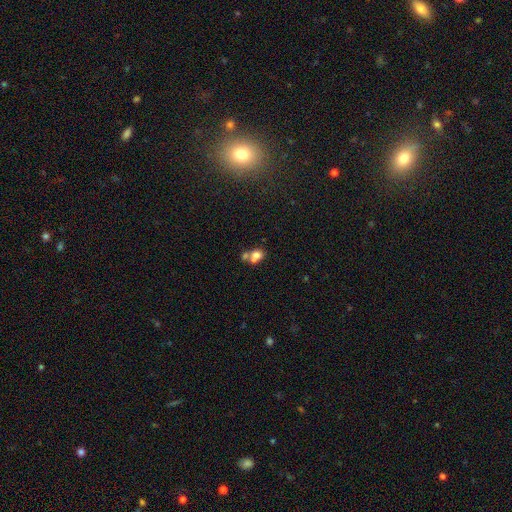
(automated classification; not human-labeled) Overall: smooth (70%). How rounded: round (50%; in between 49%). Merging: merger (57%; none 30%).